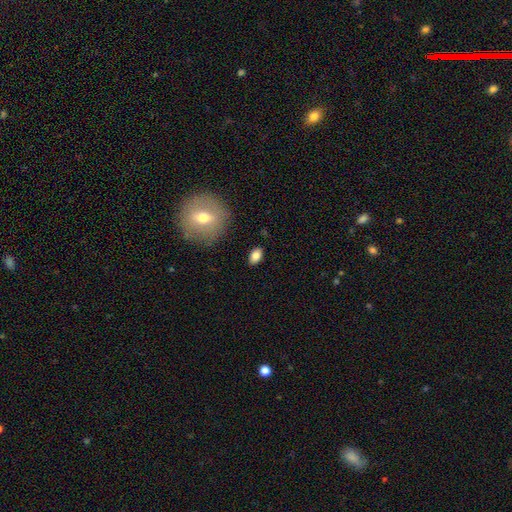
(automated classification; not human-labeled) Q: Smooth or featured?
A: smooth (82%); runner-up: featured or disk (9%)
Q: How rounded?
A: in between (86%); runner-up: round (11%)
Q: Merging?
A: none (86%); runner-up: minor disturbance (10%)